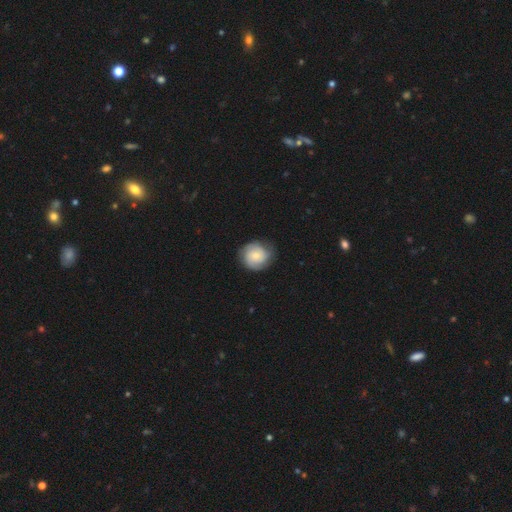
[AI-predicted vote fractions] Smooth or featured?
  - smooth: 55% *
  - featured or disk: 39%
  - star or artifact: 7%
How rounded?
  - round: 87% *
  - in between: 12%
  - cigar-shaped: 1%
Merging?
  - none: 77% *
  - minor disturbance: 17%
  - major disturbance: 4%
  - merger: 1%